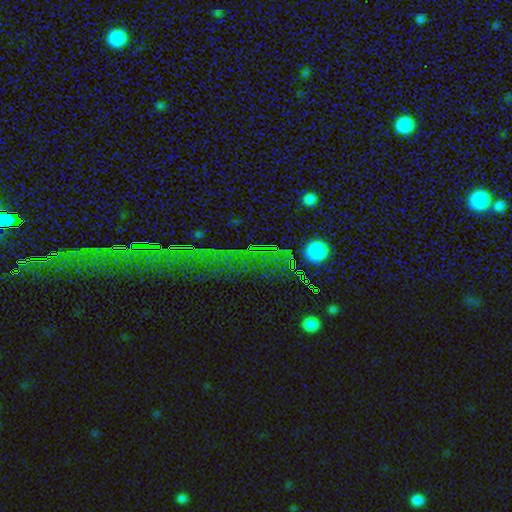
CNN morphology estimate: Overall: star or artifact (79%).